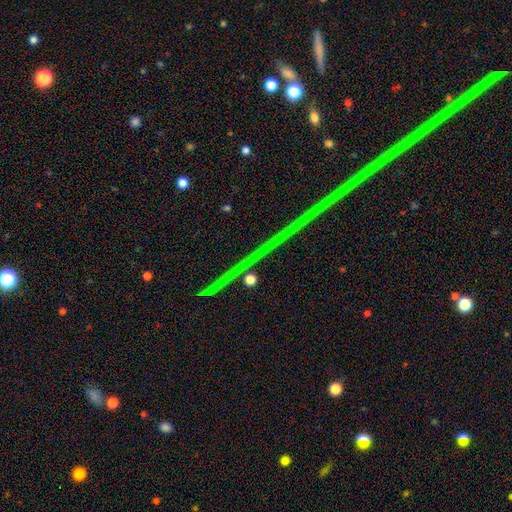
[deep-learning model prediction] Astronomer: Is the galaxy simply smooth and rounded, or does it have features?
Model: star or artifact — 80%.